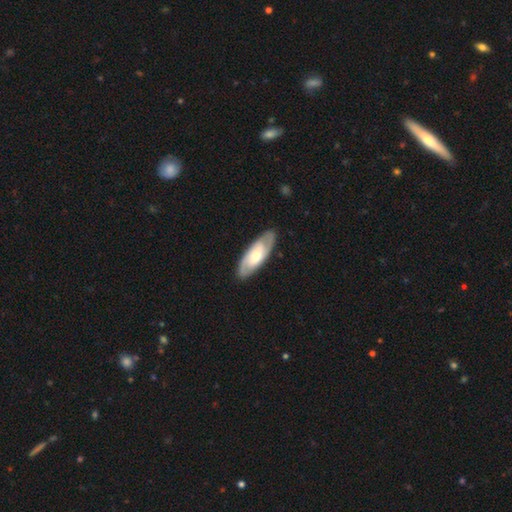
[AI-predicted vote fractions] Morphology: type=featured or disk (64%); edge-on=no (86%); bar=no (47%); spiral arms=yes (83%); bulge=moderate (56%); merging=none (87%).